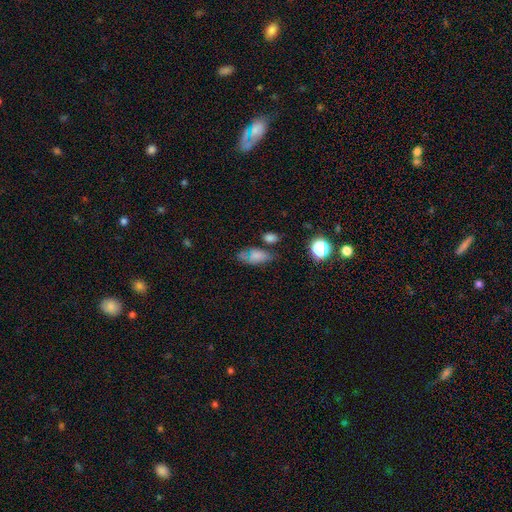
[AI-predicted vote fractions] A smooth galaxy with no disk features (71%) that is in between round and cigar-shaped (85%).

Vote fractions:
- Smooth or featured? smooth: 71% / featured or disk: 15% / star or artifact: 14%
- How rounded? in between: 85% / round: 8% / cigar-shaped: 7%
- Merging? none: 51% / minor disturbance: 26% / merger: 12% / major disturbance: 12%